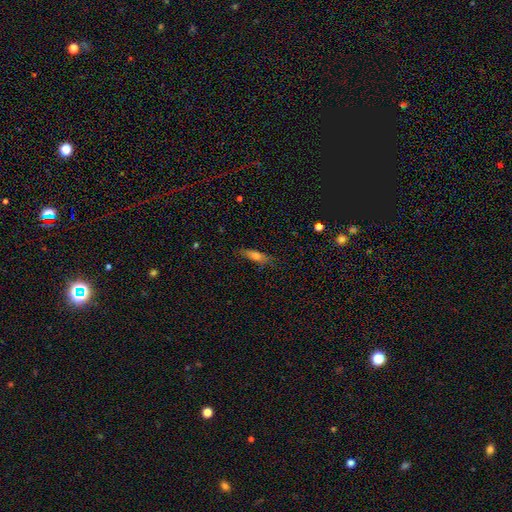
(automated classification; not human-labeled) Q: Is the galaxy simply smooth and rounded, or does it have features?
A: smooth — 66%.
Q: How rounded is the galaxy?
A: cigar-shaped — 58%.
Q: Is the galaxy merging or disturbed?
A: none — 79%.